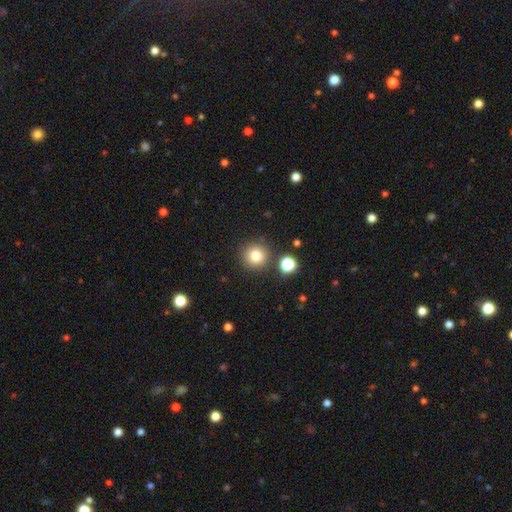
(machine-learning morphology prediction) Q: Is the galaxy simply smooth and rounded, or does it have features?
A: smooth — 79%.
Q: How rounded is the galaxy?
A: round — 95%.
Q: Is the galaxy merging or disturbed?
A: none — 85%.